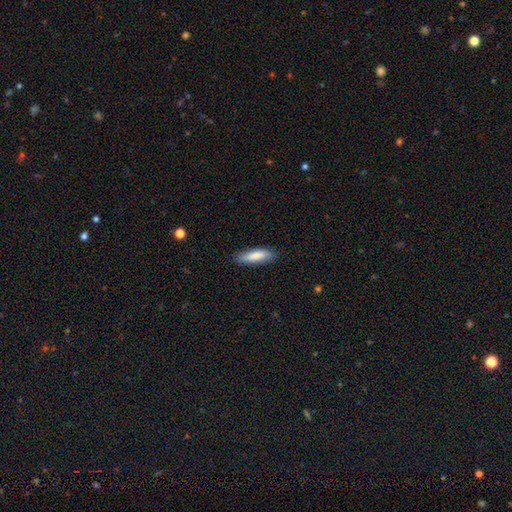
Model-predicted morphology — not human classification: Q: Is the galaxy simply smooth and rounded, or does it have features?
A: smooth — 81%.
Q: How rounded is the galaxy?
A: cigar-shaped — 62%.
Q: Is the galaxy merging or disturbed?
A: none — 84%.